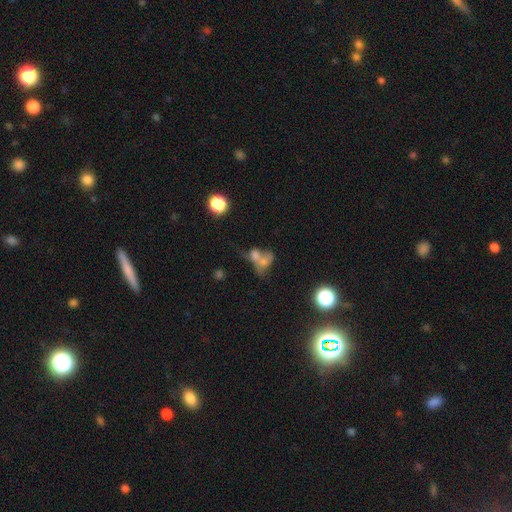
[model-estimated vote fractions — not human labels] Smooth or featured?
  - smooth: 58% *
  - featured or disk: 25%
  - star or artifact: 16%
How rounded?
  - in between: 66% *
  - round: 31%
  - cigar-shaped: 4%
Merging?
  - merger: 65% *
  - none: 17%
  - major disturbance: 10%
  - minor disturbance: 8%